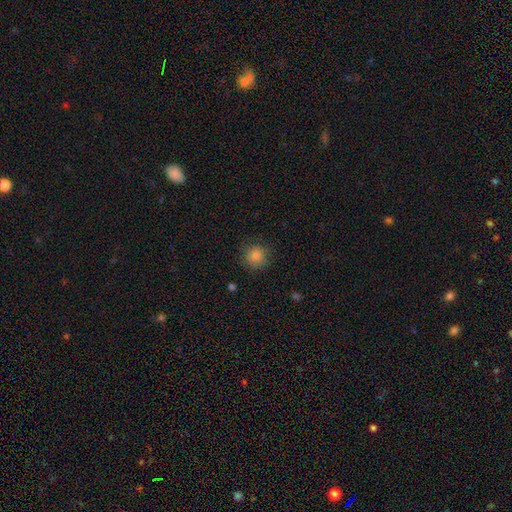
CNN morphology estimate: smooth_or_featured: smooth (p=0.86) [alt: star or artifact p=0.10]
how_rounded: round (p=0.93) [alt: in between p=0.06]
merging: none (p=0.87) [alt: minor disturbance p=0.09]